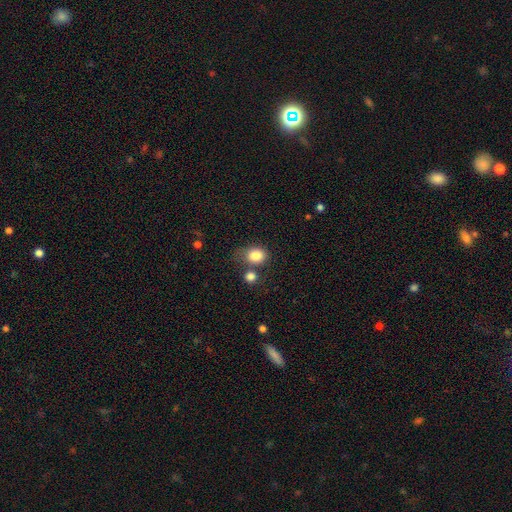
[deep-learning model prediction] smooth_or_featured: smooth (p=0.83) [alt: star or artifact p=0.10]
how_rounded: round (p=0.55) [alt: in between p=0.44]
merging: none (p=0.52) [alt: merger p=0.20]